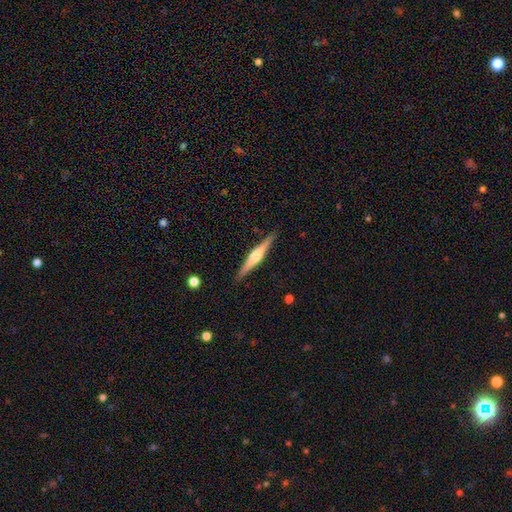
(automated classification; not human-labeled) Morphology: type=featured or disk (72%); edge-on=yes (98%); edge-on bulge=rounded (83%); merging=none (90%).